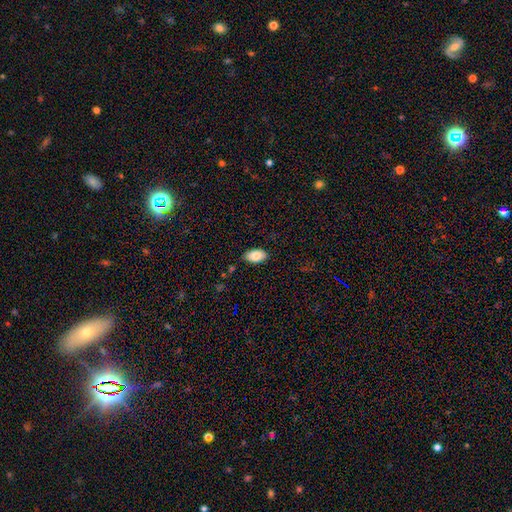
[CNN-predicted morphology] This appears to be a smooth galaxy with no disk features (87%) that is in between round and cigar-shaped (94%). Merging: none (84%).